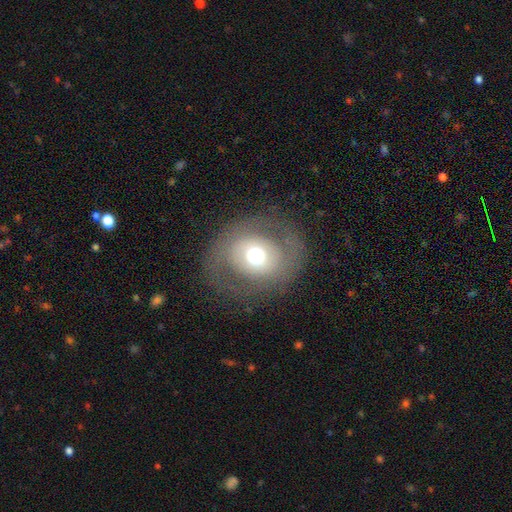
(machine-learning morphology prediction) A smooth galaxy with no disk features (46%). Merging: none (77%).